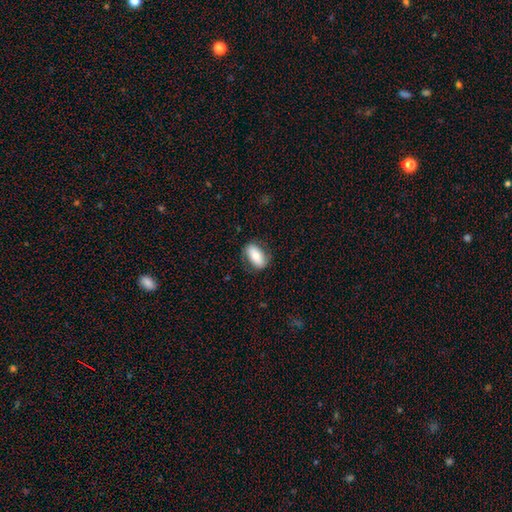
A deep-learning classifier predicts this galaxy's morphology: The model was most divided on "smooth or featured": smooth: 70%, featured or disk: 24%, star or artifact: 6%. More confident: how rounded — in between (90%); merging — none (78%).